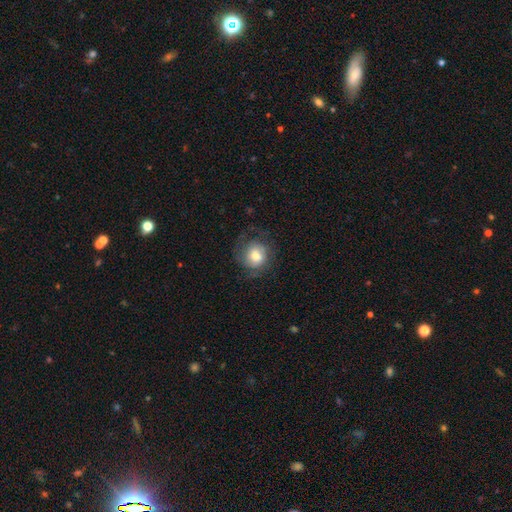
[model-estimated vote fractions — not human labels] A smooth galaxy with no disk features (59%) that is round (85%).

Vote fractions:
- Smooth or featured? smooth: 59% / featured or disk: 32% / star or artifact: 8%
- How rounded? round: 85% / in between: 14% / cigar-shaped: 1%
- Merging? none: 66% / minor disturbance: 19% / major disturbance: 14% / merger: 1%